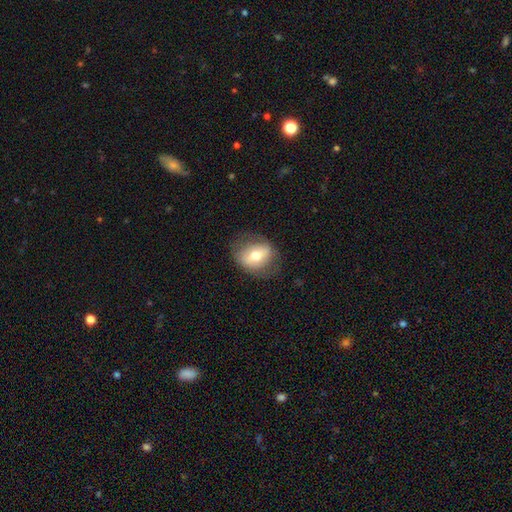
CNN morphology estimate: The model was most divided on "how rounded": in between: 54%, round: 44%, cigar-shaped: 2%. More confident: merging — none (72%); smooth or featured — smooth (53%).